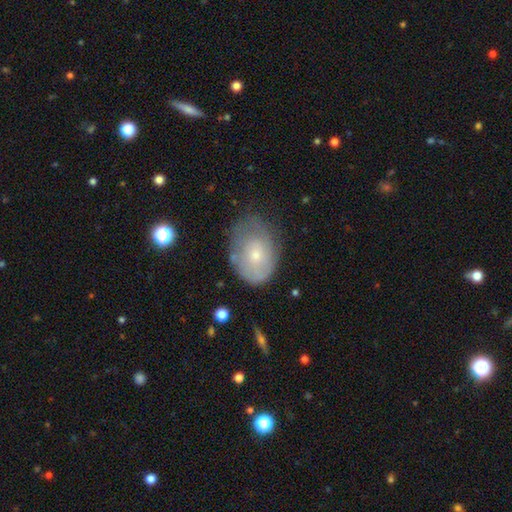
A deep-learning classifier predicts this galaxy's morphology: Smooth or featured? smooth (51%)
How rounded? in between (75%)
Merging? none (53%)